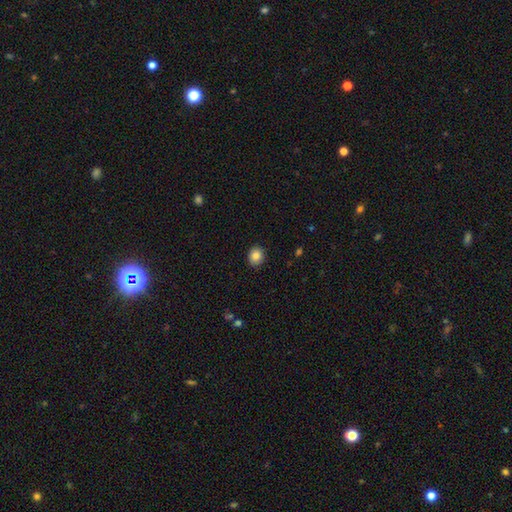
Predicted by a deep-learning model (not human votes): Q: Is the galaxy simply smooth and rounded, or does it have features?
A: smooth — 84%.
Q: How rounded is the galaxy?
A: round — 71%.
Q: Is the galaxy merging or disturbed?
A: none — 90%.